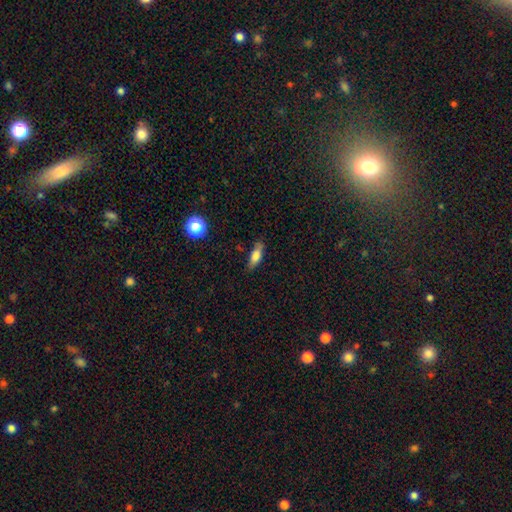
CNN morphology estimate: This is likely a smooth galaxy (75%). How rounded: possibly in between (59%). Merging: likely none (77%).